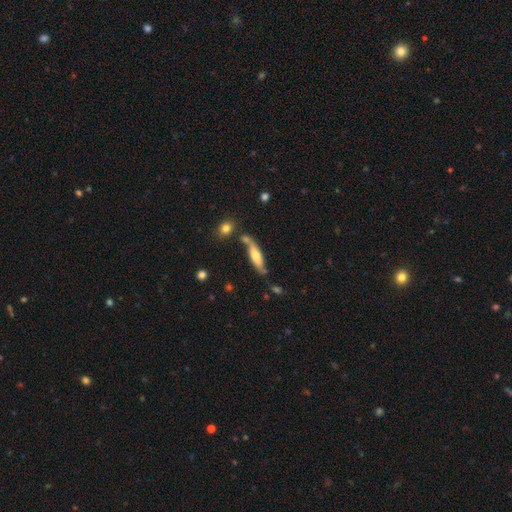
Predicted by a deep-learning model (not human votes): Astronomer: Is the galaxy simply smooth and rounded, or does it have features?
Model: smooth — 58% (runner-up: featured or disk, 35%).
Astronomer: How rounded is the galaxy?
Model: cigar-shaped — 63%.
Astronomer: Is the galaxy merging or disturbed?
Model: none — 61%.